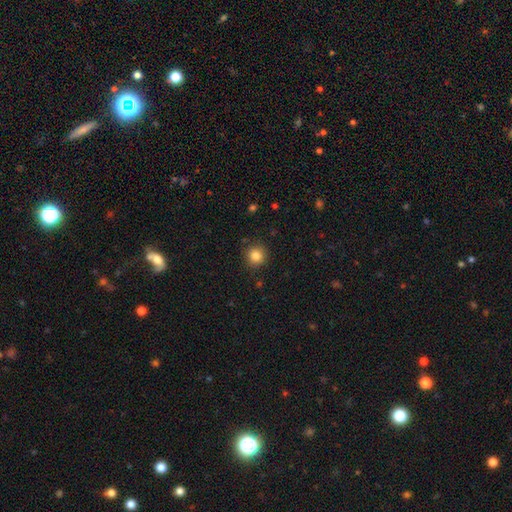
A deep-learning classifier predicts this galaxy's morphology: Smooth or featured?
  - smooth: 84% *
  - star or artifact: 11%
  - featured or disk: 5%
How rounded?
  - round: 93% *
  - in between: 6%
  - cigar-shaped: 1%
Merging?
  - none: 89% *
  - minor disturbance: 7%
  - major disturbance: 2%
  - merger: 1%